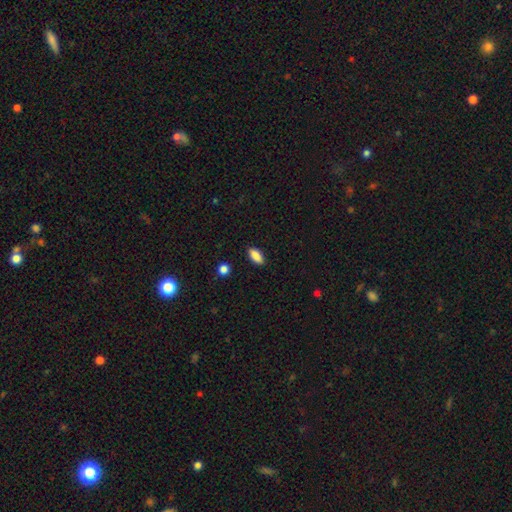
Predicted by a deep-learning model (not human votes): Q: Smooth or featured?
A: smooth (88%); runner-up: star or artifact (8%)
Q: How rounded?
A: in between (84%); runner-up: cigar-shaped (13%)
Q: Merging?
A: none (88%); runner-up: minor disturbance (9%)